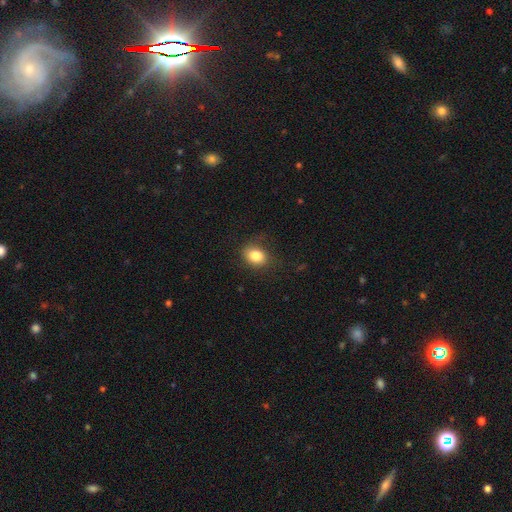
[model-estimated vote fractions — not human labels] Morphology: type=smooth (84%); roundness=in between (59%); merging=none (73%).